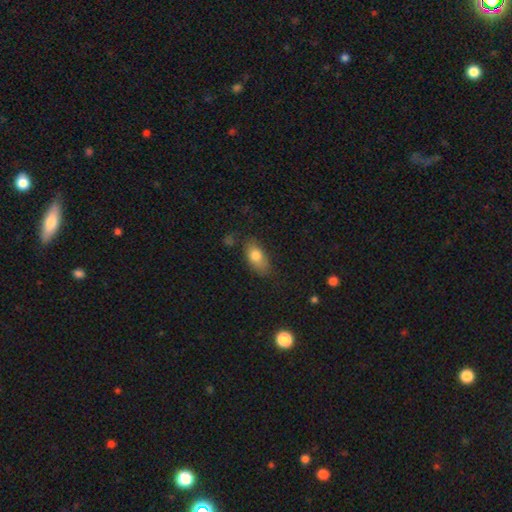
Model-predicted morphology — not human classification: smooth_or_featured: smooth (p=0.79) [alt: featured or disk p=0.13]
how_rounded: in between (p=0.89) [alt: round p=0.06]
merging: none (p=0.69) [alt: minor disturbance p=0.22]